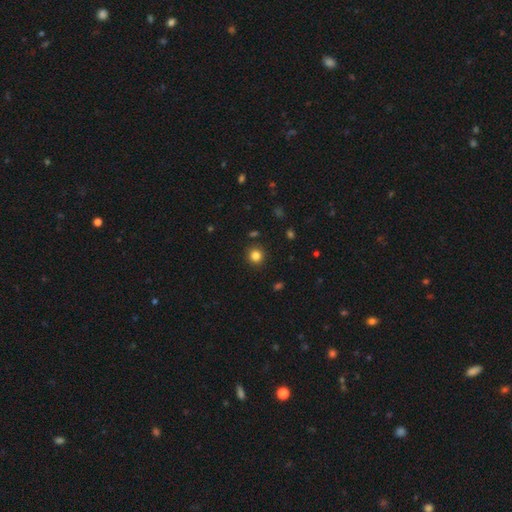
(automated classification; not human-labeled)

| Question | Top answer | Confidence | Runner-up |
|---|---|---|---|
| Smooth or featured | smooth | 83% | star or artifact (13%) |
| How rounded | round | 92% | in between (7%) |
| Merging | none | 90% | minor disturbance (6%) |